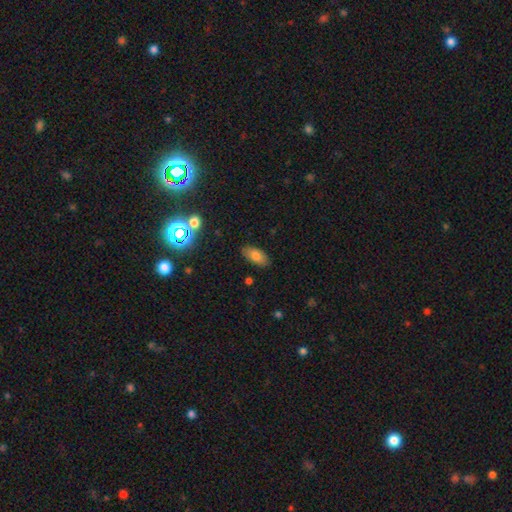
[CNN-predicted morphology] smooth 77%, featured or disk 13%, star or artifact 10%. Down the decision tree: how rounded — in between (89%); merging — none (86%).